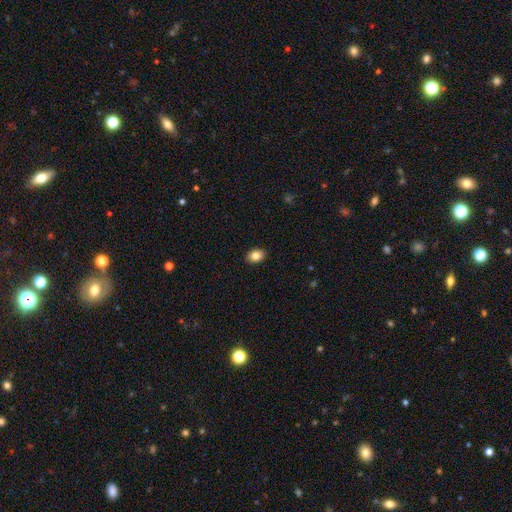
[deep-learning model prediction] This appears to be a smooth galaxy with no disk features (84%) that is in between round and cigar-shaped (74%). Merging: none (90%).